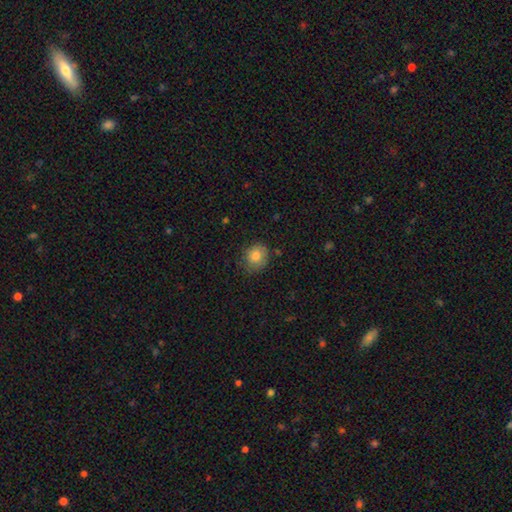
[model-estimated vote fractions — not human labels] The model was most divided on "how rounded": round: 73%, in between: 26%, cigar-shaped: 1%. More confident: smooth or featured — smooth (80%); merging — none (71%).